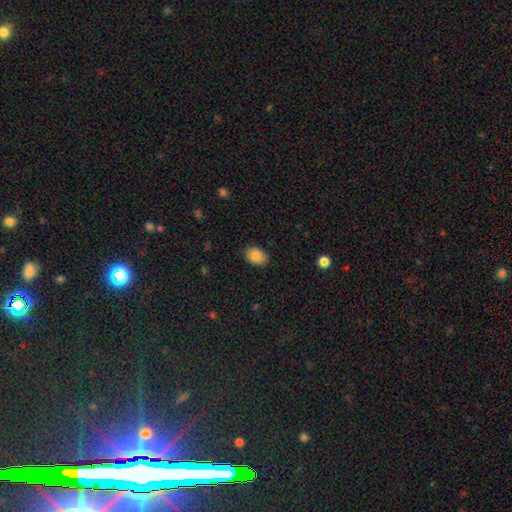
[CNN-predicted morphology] Smooth or featured?
  - smooth: 88% *
  - star or artifact: 8%
  - featured or disk: 5%
How rounded?
  - in between: 77% *
  - round: 22%
  - cigar-shaped: 1%
Merging?
  - none: 86% *
  - minor disturbance: 11%
  - major disturbance: 2%
  - merger: 1%